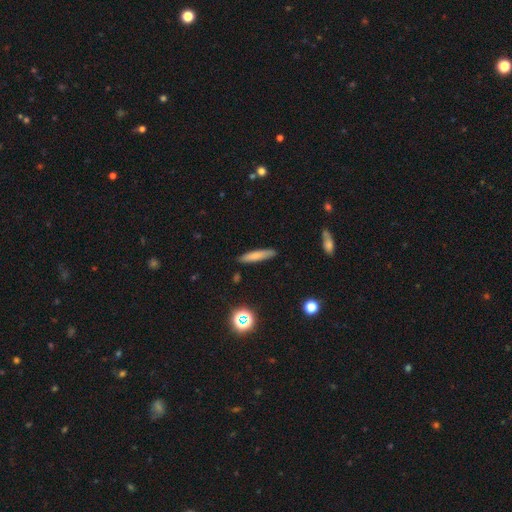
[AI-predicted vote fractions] smooth_or_featured: smooth (p=0.74) [alt: featured or disk p=0.18]
how_rounded: cigar-shaped (p=0.87) [alt: in between p=0.11]
merging: none (p=0.88) [alt: minor disturbance p=0.09]